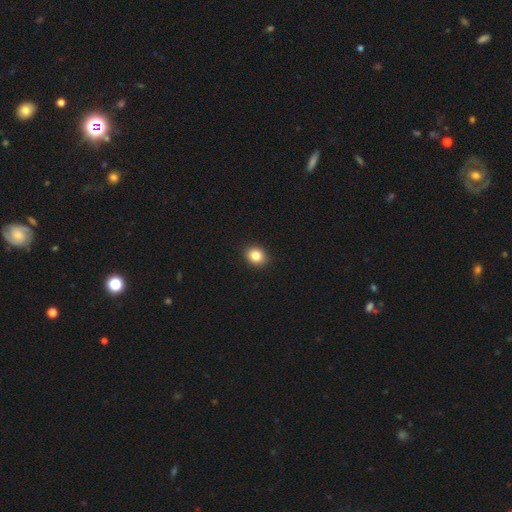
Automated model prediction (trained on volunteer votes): smooth 84%, star or artifact 10%, featured or disk 6%. Down the decision tree: how rounded — round (56%); merging — none (91%).